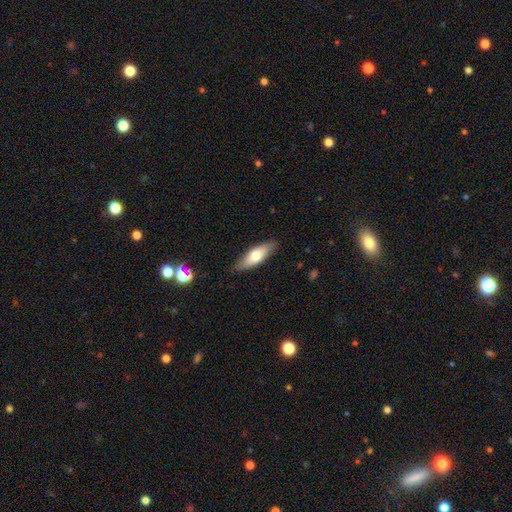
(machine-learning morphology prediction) smooth 67%, featured or disk 28%, star or artifact 6%. Down the decision tree: how rounded — in between (59%); merging — none (86%).